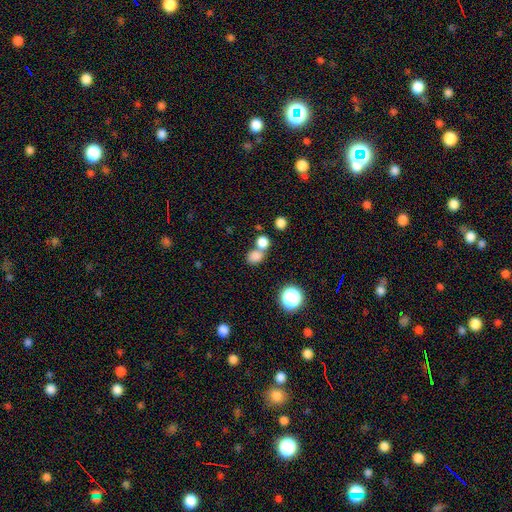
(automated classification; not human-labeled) A smooth galaxy with no disk features (80%) that is round (62%).

Vote fractions:
- Smooth or featured? smooth: 80% / star or artifact: 13% / featured or disk: 7%
- How rounded? round: 62% / in between: 37% / cigar-shaped: 1%
- Merging? none: 46% / merger: 42% / minor disturbance: 8% / major disturbance: 4%